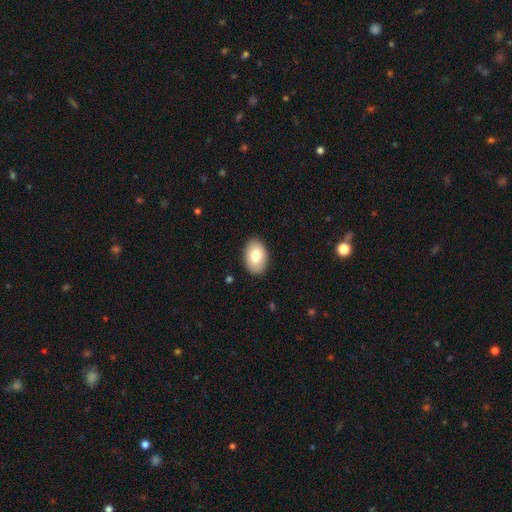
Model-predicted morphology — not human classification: Smooth or featured: smooth — 78% (featured or disk — 16%)
How rounded: in between — 87% (round — 12%)
Merging: none — 88% (minor disturbance — 9%)